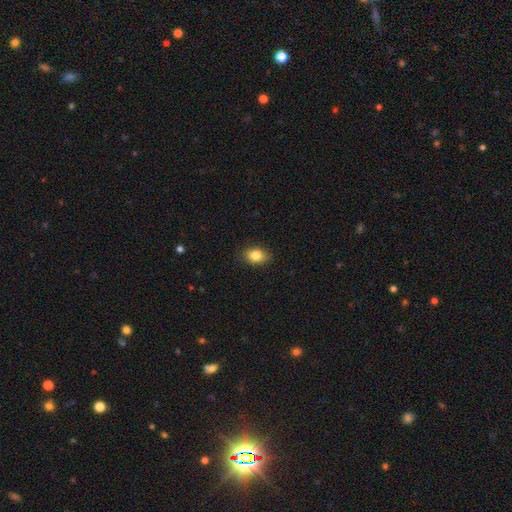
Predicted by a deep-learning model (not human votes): This is clearly a smooth galaxy (83%). How rounded: likely in between (71%). Merging: clearly none (83%).